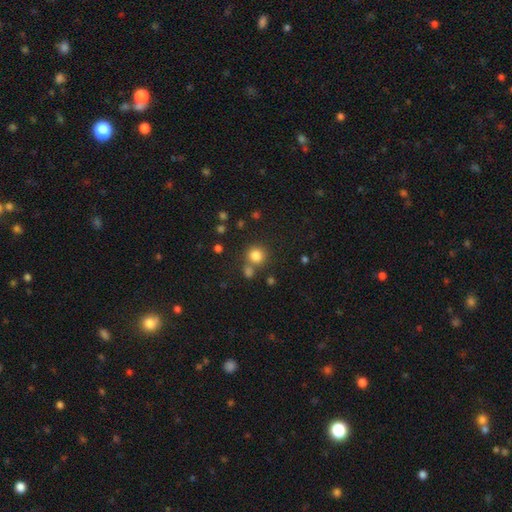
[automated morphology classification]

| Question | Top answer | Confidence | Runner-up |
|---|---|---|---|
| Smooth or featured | smooth | 82% | star or artifact (13%) |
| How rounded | round | 90% | in between (9%) |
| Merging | none | 68% | merger (20%) |